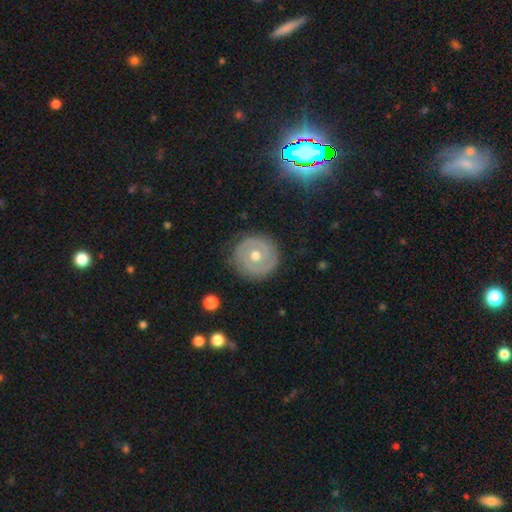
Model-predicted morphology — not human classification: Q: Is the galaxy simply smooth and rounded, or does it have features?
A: featured or disk — 62%.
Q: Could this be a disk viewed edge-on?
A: no — 97%.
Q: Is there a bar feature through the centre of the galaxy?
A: no — 78%.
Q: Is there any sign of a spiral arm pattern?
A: yes — 55%.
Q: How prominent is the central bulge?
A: moderate — 78%.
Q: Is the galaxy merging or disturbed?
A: none — 87%.